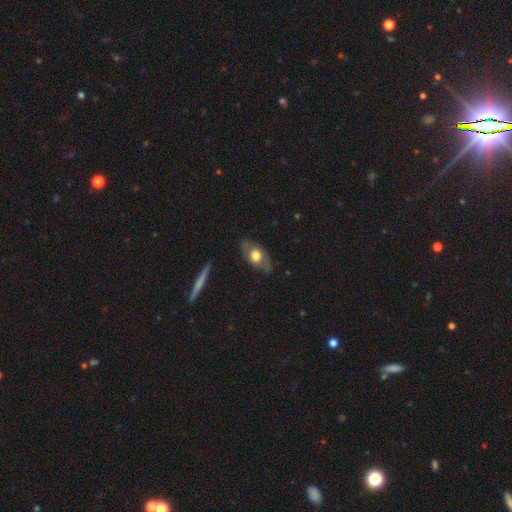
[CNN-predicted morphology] A featured or disk galaxy (47%, tied with smooth). Merging: none (77%).